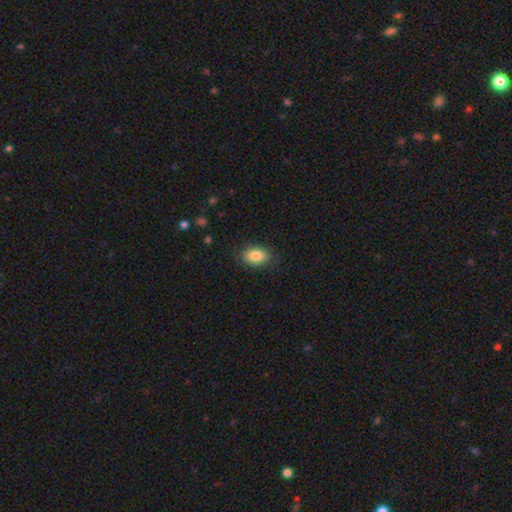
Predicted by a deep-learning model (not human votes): Overall: smooth (86%). How rounded: in between (85%). Merging: none (85%).